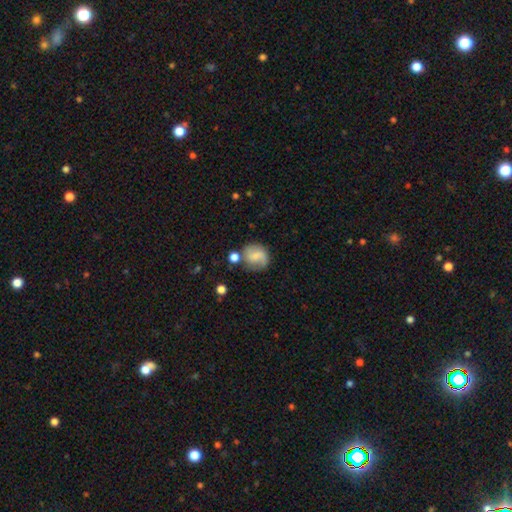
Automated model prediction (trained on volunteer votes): Smooth or featured? Predicted: smooth (p=0.51). How rounded? Predicted: round (p=0.76). Merging? Predicted: none (p=0.60).